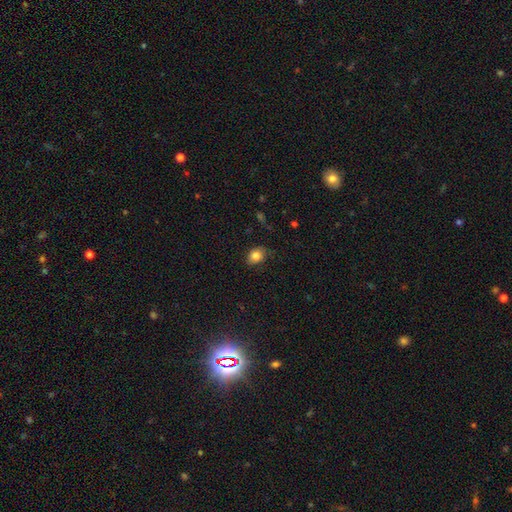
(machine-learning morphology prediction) smooth 83%, star or artifact 10%, featured or disk 7%. Down the decision tree: how rounded — in between (60%); merging — none (73%).